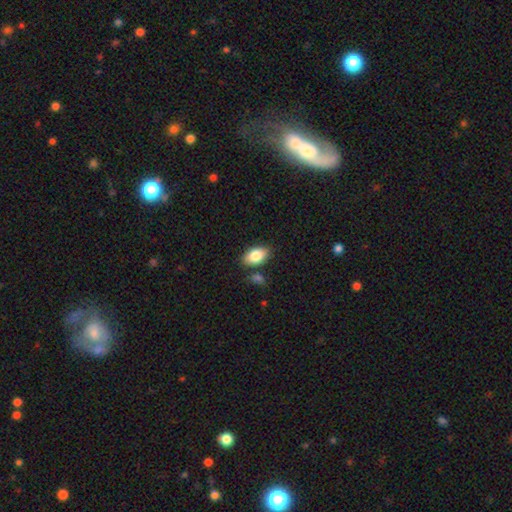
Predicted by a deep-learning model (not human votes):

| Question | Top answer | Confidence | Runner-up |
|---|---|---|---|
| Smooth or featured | smooth | 83% | featured or disk (10%) |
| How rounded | in between | 92% | round (6%) |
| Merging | none | 80% | minor disturbance (11%) |